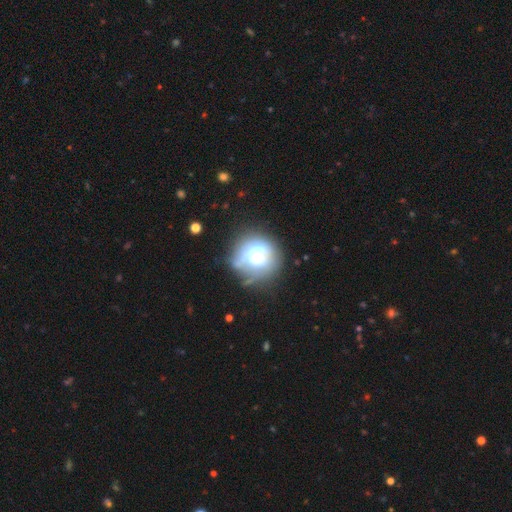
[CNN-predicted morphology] Overall: smooth (49%; featured or disk 40%). Merging: none (49%; minor disturbance 24%).